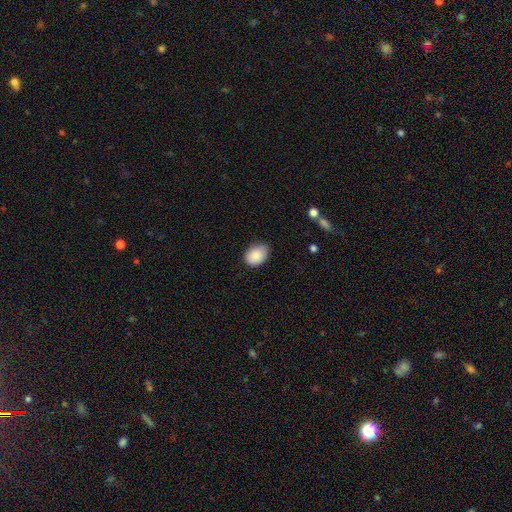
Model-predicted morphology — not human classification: smooth 86%, star or artifact 8%, featured or disk 6%. Down the decision tree: how rounded — in between (76%); merging — none (70%).